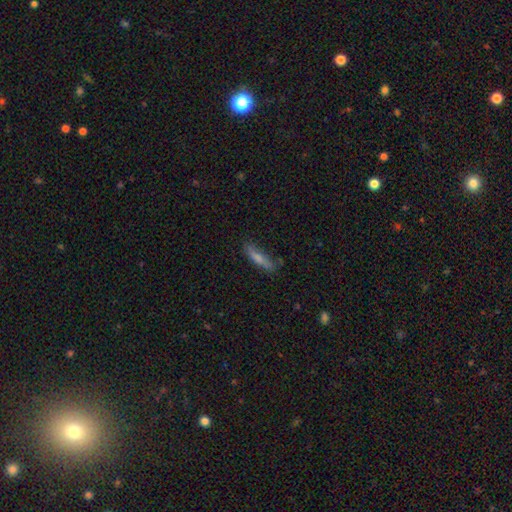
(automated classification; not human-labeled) Smooth or featured?
  - smooth: 58% *
  - featured or disk: 31%
  - star or artifact: 11%
How rounded?
  - cigar-shaped: 84% *
  - in between: 14%
  - round: 2%
Merging?
  - none: 79% *
  - minor disturbance: 16%
  - major disturbance: 3%
  - merger: 2%